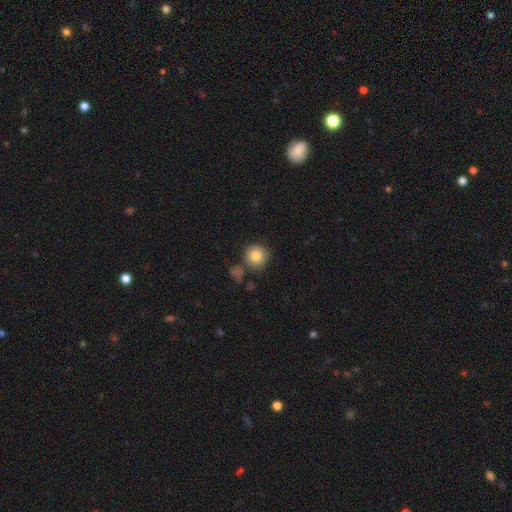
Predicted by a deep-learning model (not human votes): Smooth or featured? smooth (84%)
How rounded? round (93%)
Merging? none (75%)